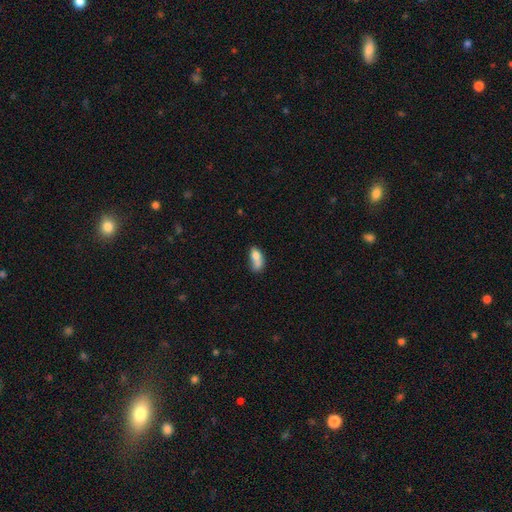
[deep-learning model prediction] smooth_or_featured: smooth (p=0.68) [alt: featured or disk p=0.22]
how_rounded: in between (p=0.81) [alt: round p=0.11]
merging: merger (p=0.51) [alt: none p=0.23]